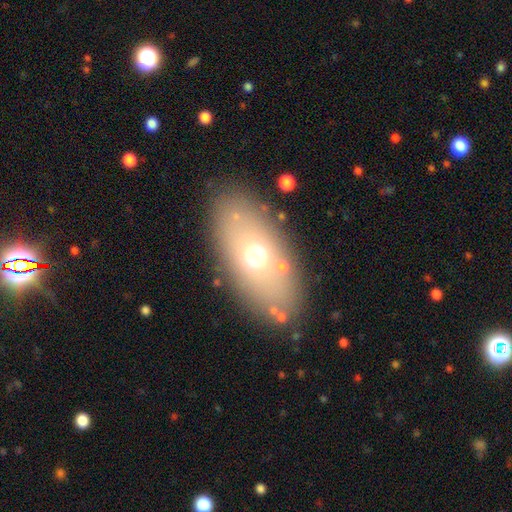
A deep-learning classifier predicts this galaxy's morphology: smooth_or_featured: smooth (p=0.58) [alt: featured or disk p=0.27]
how_rounded: in between (p=0.81) [alt: round p=0.14]
merging: none (p=0.81) [alt: minor disturbance p=0.10]